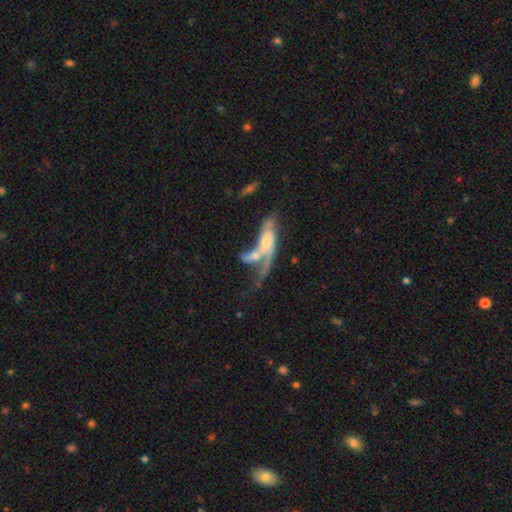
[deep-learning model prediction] smooth_or_featured: featured or disk (p=0.55) [alt: smooth p=0.36]
disk_edge_on: no (p=0.77) [alt: yes p=0.23]
merging: merger (p=0.63) [alt: major disturbance p=0.15]